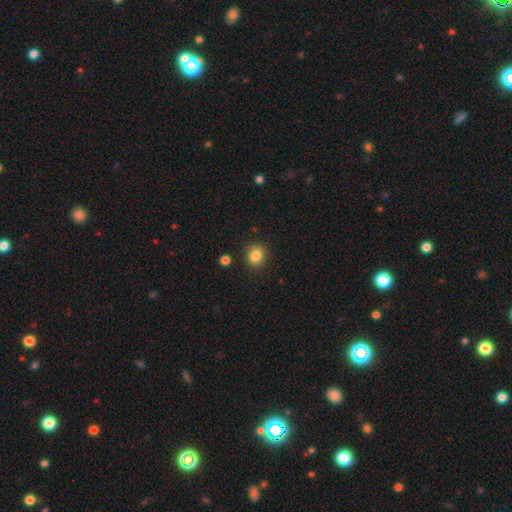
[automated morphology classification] Overall: smooth (83%). How rounded: round (82%). Merging: none (84%).